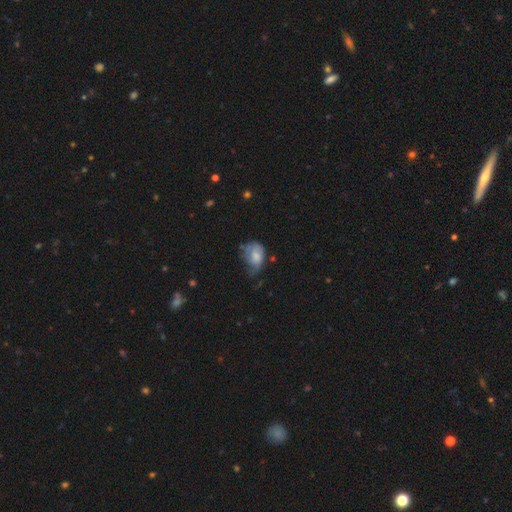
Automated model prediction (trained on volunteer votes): Smooth or featured? Predicted: smooth (p=0.64). How rounded? Predicted: in between (p=0.73). Merging? Predicted: minor disturbance (p=0.39).